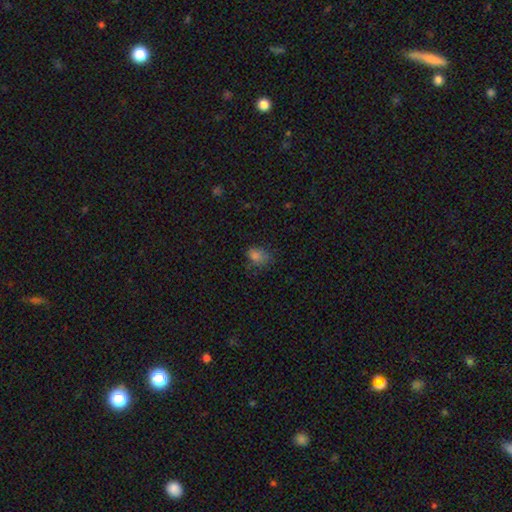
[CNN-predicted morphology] A smooth galaxy with no disk features (78%) that is in between round and cigar-shaped (71%). Merging: none (59%).